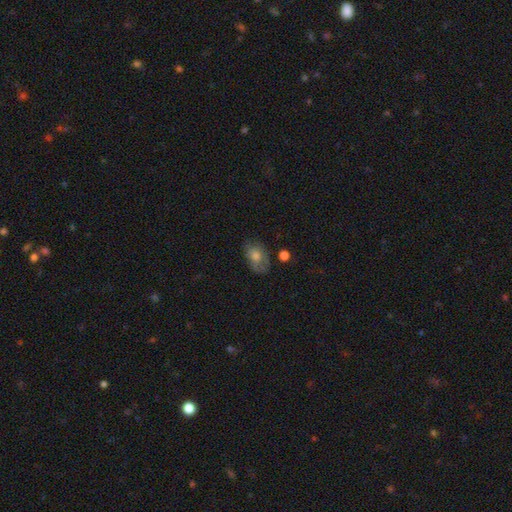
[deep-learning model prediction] smooth-or-featured: smooth: 60% | featured or disk: 29% | star or artifact: 11%
  how-rounded: in between: 78% | round: 20% | cigar-shaped: 2%
  merging: none: 60% | minor disturbance: 26% | major disturbance: 10% | merger: 3%